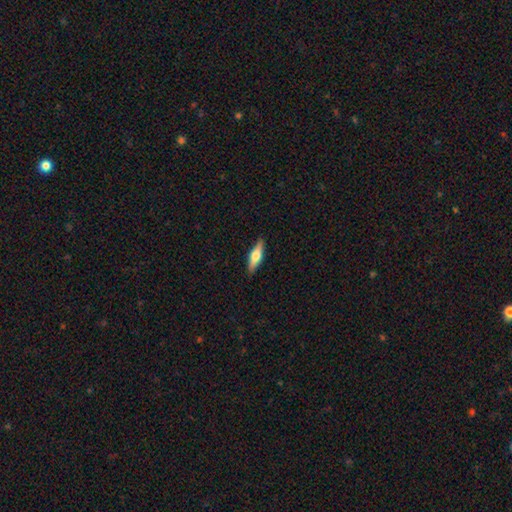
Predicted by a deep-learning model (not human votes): A smooth galaxy with no disk features (47%, tied with featured or disk).

Vote fractions:
- Smooth or featured? smooth: 47% (tied) / featured or disk: 47% (tied) / star or artifact: 6%
- Merging? none: 89% / minor disturbance: 8% / major disturbance: 2% / merger: 1%